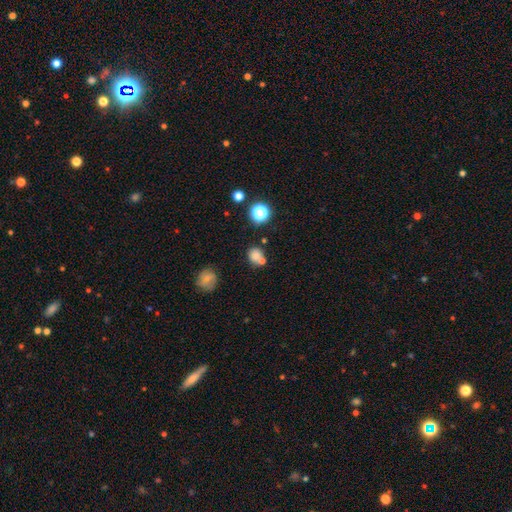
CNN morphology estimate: The model was most divided on "merging": none: 54%, merger: 28%, minor disturbance: 13%, major disturbance: 5%. More confident: smooth or featured — smooth (75%); how rounded — round (75%).